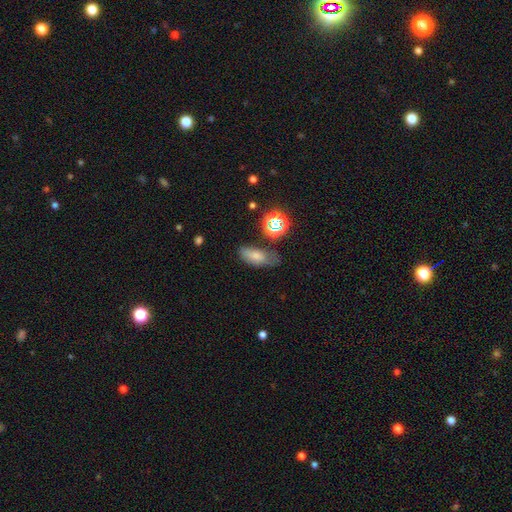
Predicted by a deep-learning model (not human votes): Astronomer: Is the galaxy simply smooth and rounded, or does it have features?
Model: smooth — 54%.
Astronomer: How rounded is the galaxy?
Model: in between — 74%.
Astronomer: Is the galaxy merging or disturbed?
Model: none — 64%.